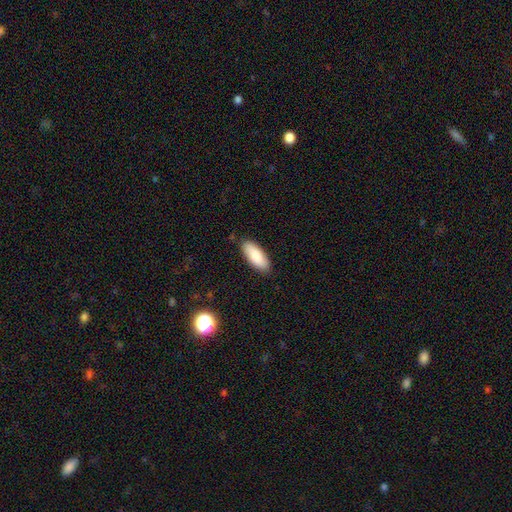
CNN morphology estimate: A smooth galaxy with no disk features (84%) that is in between round and cigar-shaped (79%).

Vote fractions:
- Smooth or featured? smooth: 84% / featured or disk: 10% / star or artifact: 6%
- How rounded? in between: 79% / cigar-shaped: 19% / round: 2%
- Merging? none: 86% / minor disturbance: 11% / major disturbance: 2% / merger: 1%